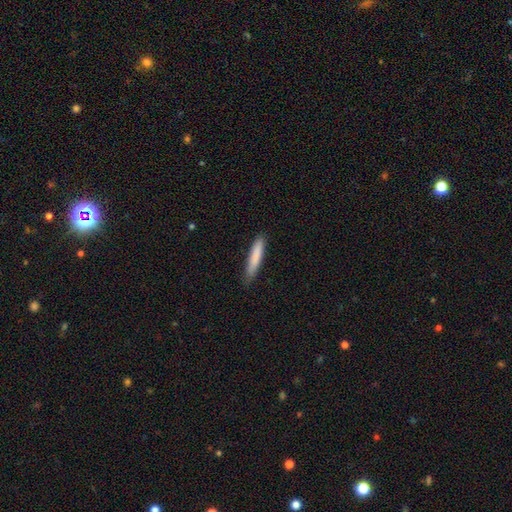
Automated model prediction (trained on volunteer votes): Smooth or featured? smooth (82%)
How rounded? cigar-shaped (91%)
Merging? none (83%)